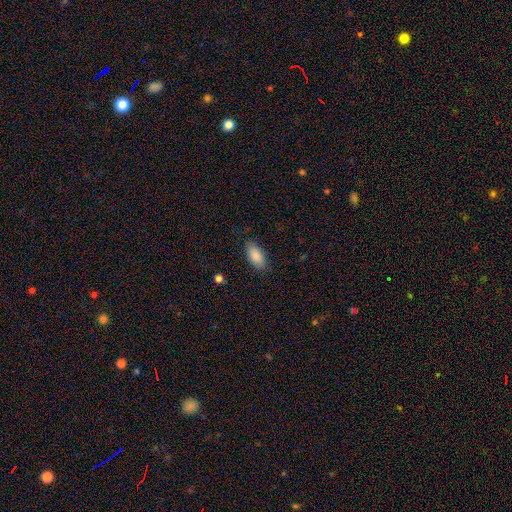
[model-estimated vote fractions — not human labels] This appears to be a smooth galaxy with no disk features (88%) that is in between round and cigar-shaped (91%). Merging: none (83%).